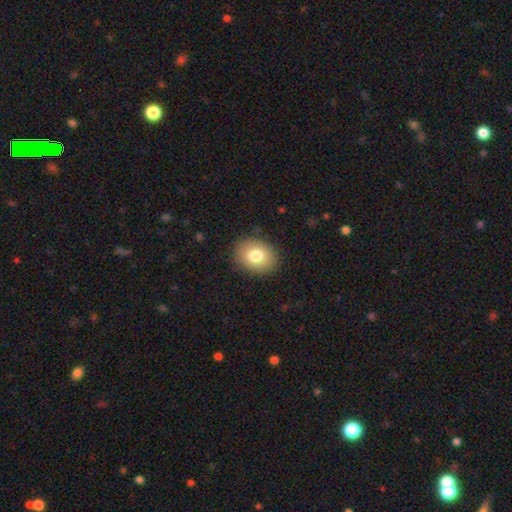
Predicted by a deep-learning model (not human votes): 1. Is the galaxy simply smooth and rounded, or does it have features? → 78% smooth, 12% featured or disk, 9% star or artifact.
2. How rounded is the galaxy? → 54% in between, 45% round, 1% cigar-shaped.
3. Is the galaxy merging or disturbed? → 87% none, 9% minor disturbance, 3% major disturbance, 1% merger.